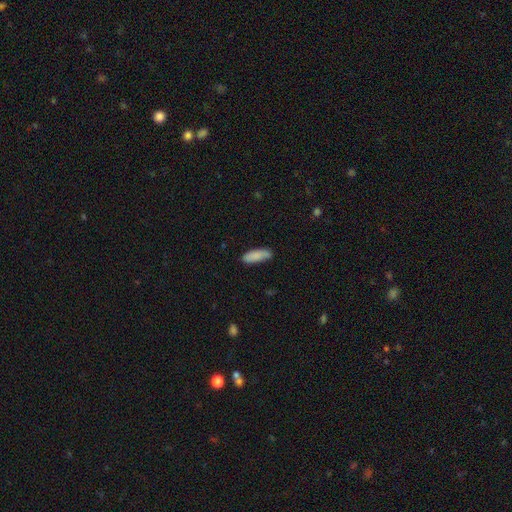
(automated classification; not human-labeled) This appears to be a smooth galaxy with no disk features (87%) that is in between round and cigar-shaped (57%). Merging: none (76%).